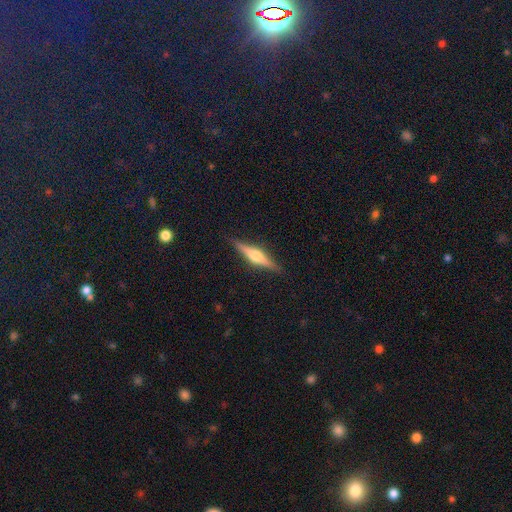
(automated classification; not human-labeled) This appears to be a featured or disk galaxy (70%) viewed edge-on (97%) with a rounded central bulge (92%). Merging: none (90%).